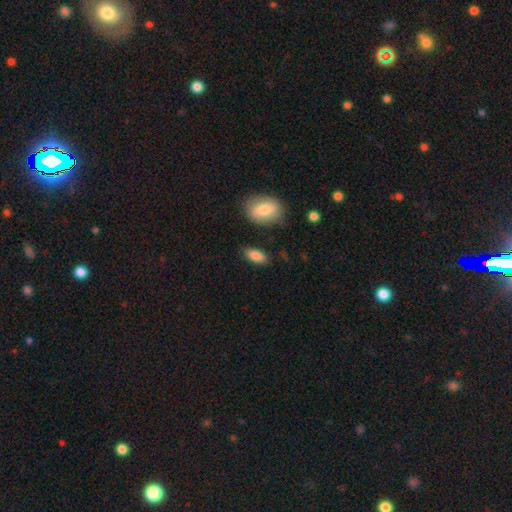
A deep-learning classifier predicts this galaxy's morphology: smooth_or_featured: smooth (p=0.86) [alt: featured or disk p=0.07]
how_rounded: in between (p=0.89) [alt: cigar-shaped p=0.07]
merging: none (p=0.81) [alt: minor disturbance p=0.13]